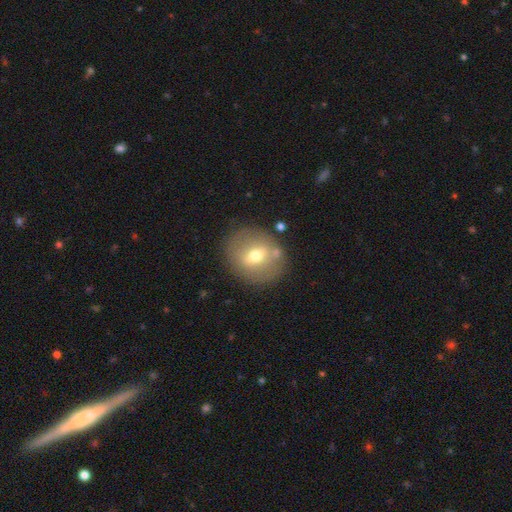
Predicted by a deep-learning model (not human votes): Morphology: type=smooth (53%); roundness=round (76%); merging=none (81%).